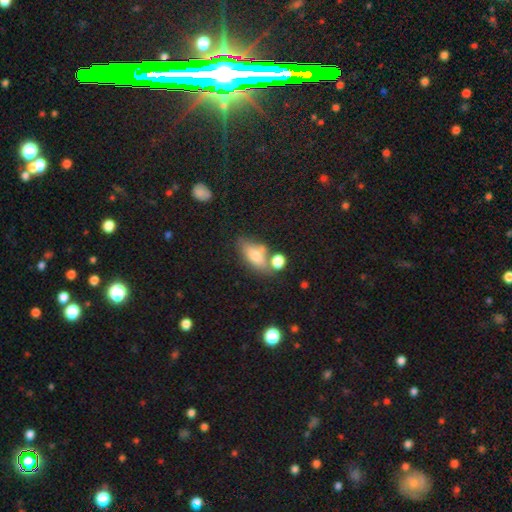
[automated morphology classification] Smooth or featured: smooth — 69% (featured or disk — 21%)
How rounded: in between — 77% (cigar-shaped — 15%)
Merging: none — 52% (merger — 21%)